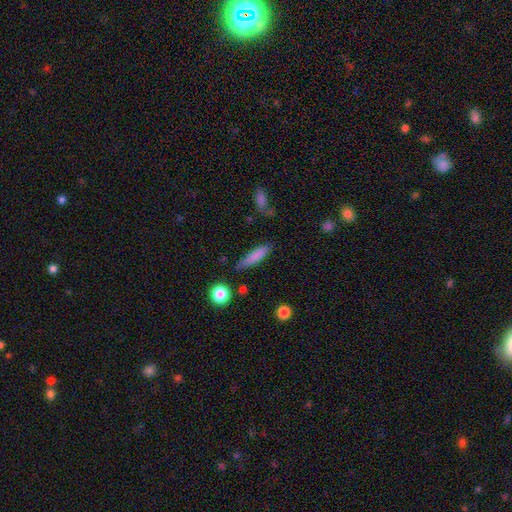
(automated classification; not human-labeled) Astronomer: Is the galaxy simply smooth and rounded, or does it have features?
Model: smooth — 79%.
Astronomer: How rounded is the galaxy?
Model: cigar-shaped — 79%.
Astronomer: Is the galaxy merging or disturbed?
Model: none — 72%.